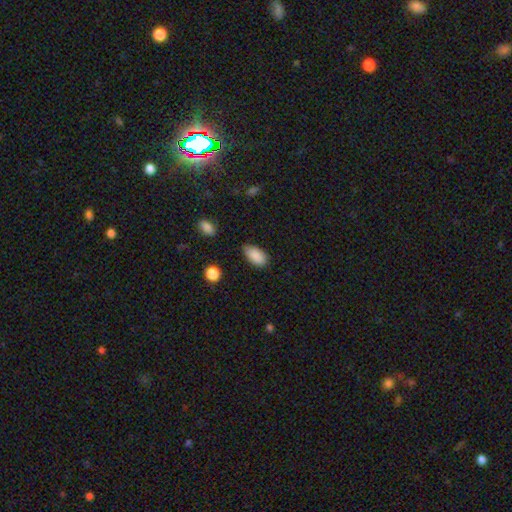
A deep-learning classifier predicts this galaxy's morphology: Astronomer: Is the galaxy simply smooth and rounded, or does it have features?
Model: smooth — 88%.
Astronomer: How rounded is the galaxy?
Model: in between — 93%.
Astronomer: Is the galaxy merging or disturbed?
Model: none — 70%.